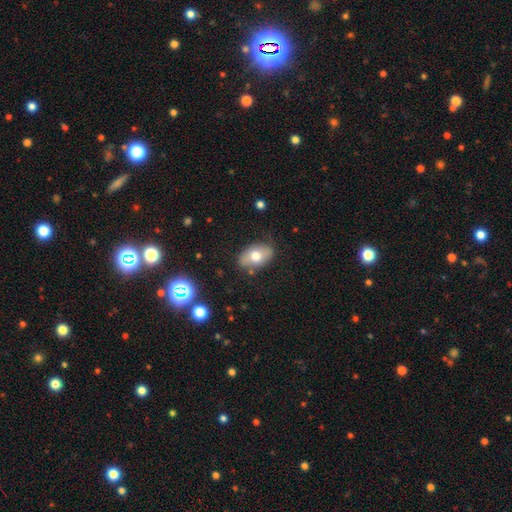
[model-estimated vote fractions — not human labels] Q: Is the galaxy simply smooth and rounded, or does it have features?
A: smooth — 67%.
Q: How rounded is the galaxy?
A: in between — 87%.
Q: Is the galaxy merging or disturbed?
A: none — 79%.